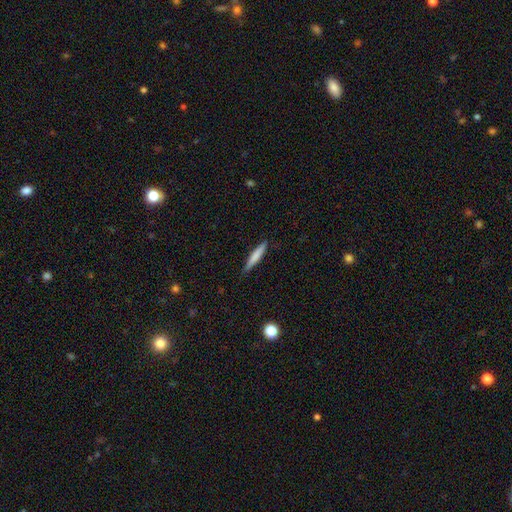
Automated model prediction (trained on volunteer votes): A smooth galaxy with no disk features (70%) that is cigar-shaped (92%).

Vote fractions:
- Smooth or featured? smooth: 70% / featured or disk: 24% / star or artifact: 6%
- How rounded? cigar-shaped: 92% / in between: 7% / round: 1%
- Merging? none: 86% / minor disturbance: 11% / major disturbance: 2% / merger: 1%